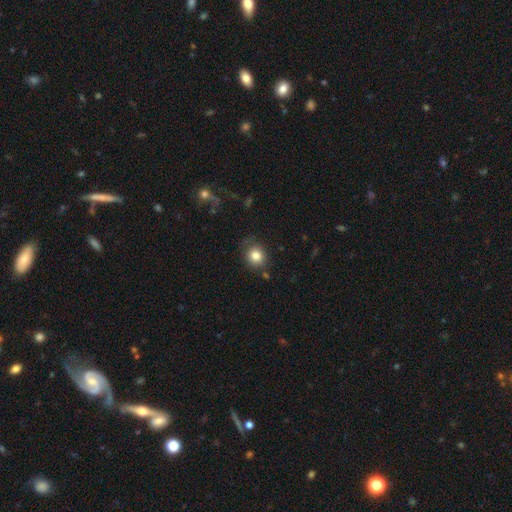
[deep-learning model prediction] The model was most divided on "how rounded": round: 73%, in between: 26%, cigar-shaped: 1%. More confident: smooth or featured — smooth (82%); merging — none (76%).